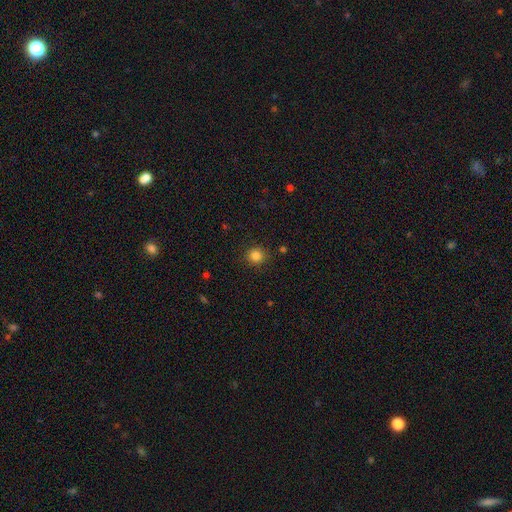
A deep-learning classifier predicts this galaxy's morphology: Smooth or featured? smooth (83%)
How rounded? round (91%)
Merging? none (89%)